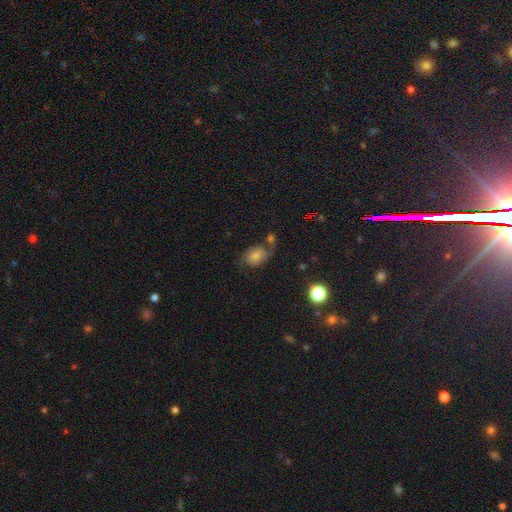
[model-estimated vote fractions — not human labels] Q: Smooth or featured?
A: smooth (44%); runner-up: featured or disk (39%)
Q: Merging?
A: none (52%); runner-up: minor disturbance (21%)